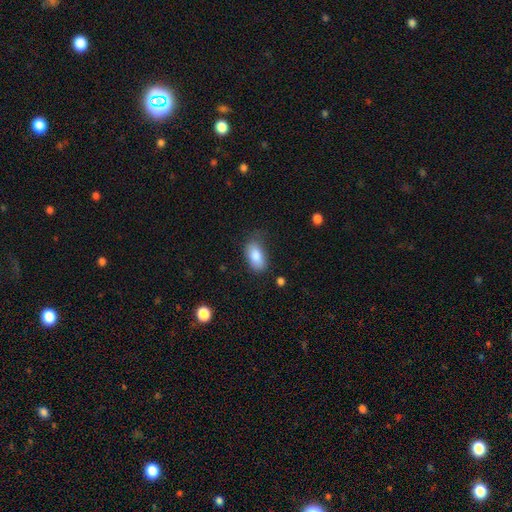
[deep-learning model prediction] Morphology: type=smooth (86%); roundness=in between (92%); merging=none (63%).